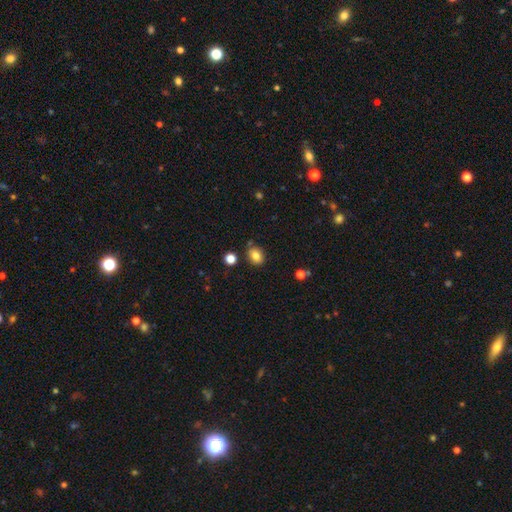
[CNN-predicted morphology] Smooth or featured? smooth (82%)
How rounded? in between (63%)
Merging? none (79%)